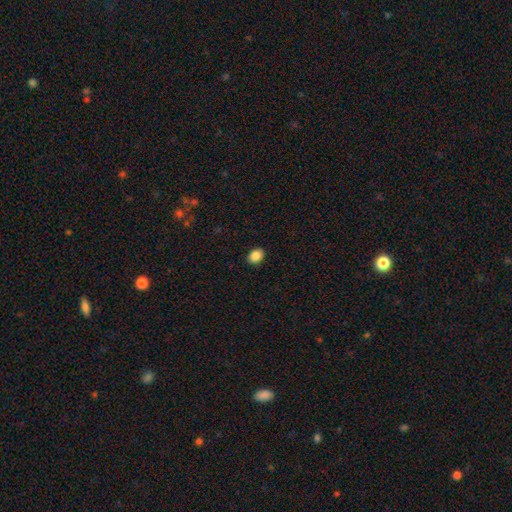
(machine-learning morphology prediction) This is clearly a smooth galaxy (88%). How rounded: likely in between (66%). Merging: clearly none (90%).